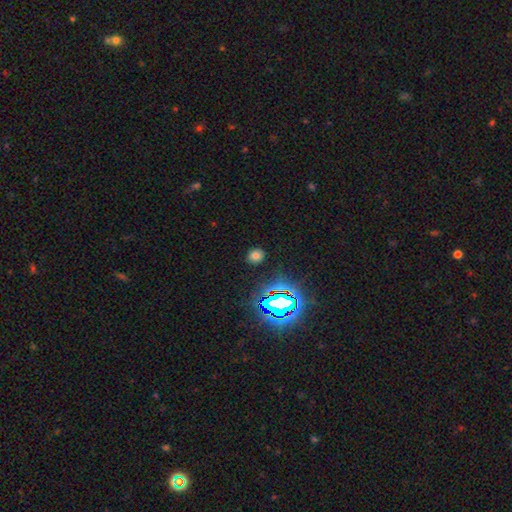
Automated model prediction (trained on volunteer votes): Overall: smooth (65%; star or artifact 26%). How rounded: round (66%; in between 33%). Merging: none (88%).